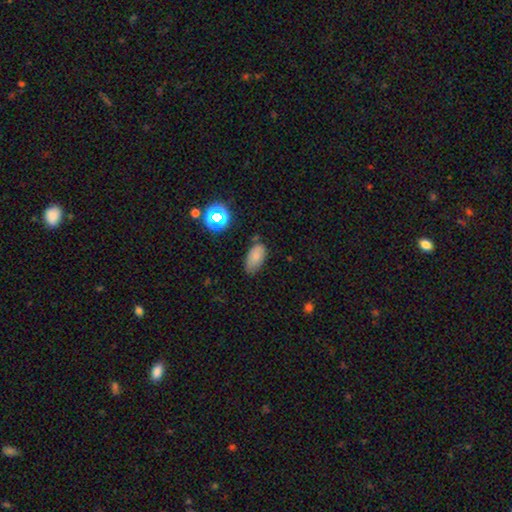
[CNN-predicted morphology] The model was most divided on "merging": none: 63%, minor disturbance: 28%, major disturbance: 6%, merger: 4%. More confident: how rounded — in between (92%); smooth or featured — smooth (76%).